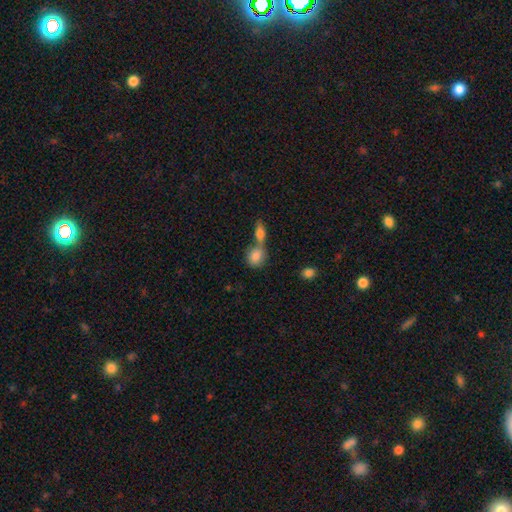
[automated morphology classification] smooth-or-featured: smooth: 84% | featured or disk: 8% | star or artifact: 7%
  how-rounded: round: 55% | in between: 43% | cigar-shaped: 3%
  merging: merger: 50% | none: 38% | minor disturbance: 8% | major disturbance: 3%